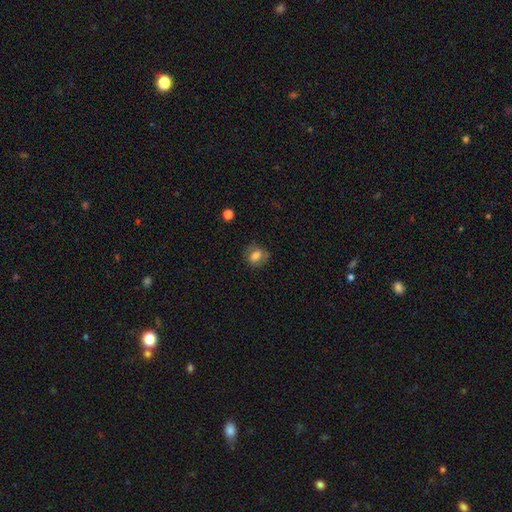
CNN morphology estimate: This is likely a smooth galaxy (69%). How rounded: possibly in between (56%). Merging: likely none (69%).